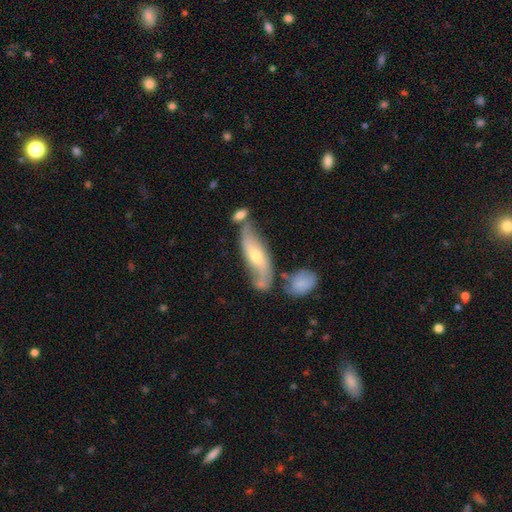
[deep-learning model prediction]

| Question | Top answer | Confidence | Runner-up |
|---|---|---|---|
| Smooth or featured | featured or disk | 64% | smooth (29%) |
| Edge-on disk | no | 73% | yes (27%) |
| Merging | none | 48% | minor disturbance (22%) |